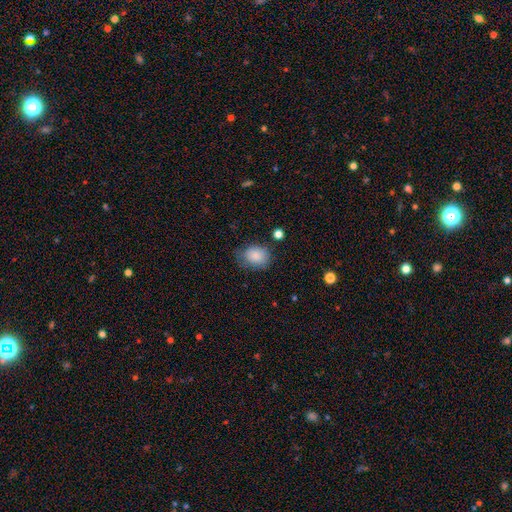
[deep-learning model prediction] This is clearly a smooth galaxy (86%). How rounded: possibly in between (57%). Merging: likely none (63%).